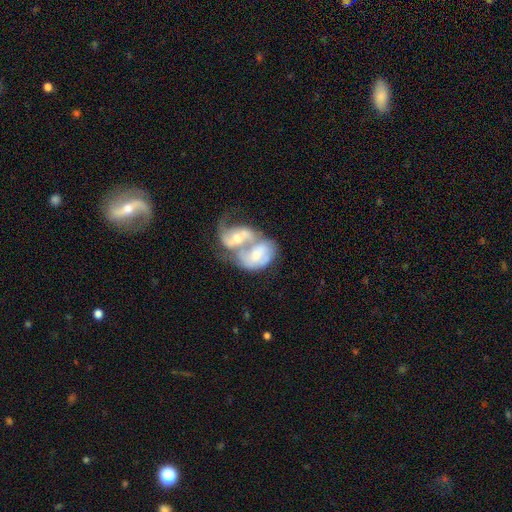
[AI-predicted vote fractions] This appears to be a featured or disk galaxy (67%) with no bar (48%), spiral arms (68%) and a moderate central bulge (54%). Merging: merger (78%).